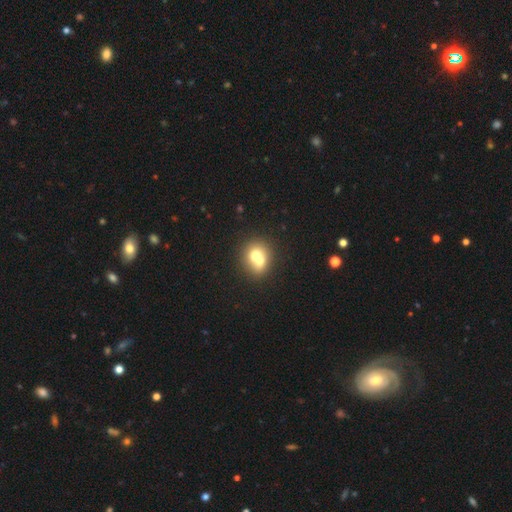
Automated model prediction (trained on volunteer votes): This is likely a smooth galaxy (66%). How rounded: likely round (73%). Merging: possibly merger (60%).